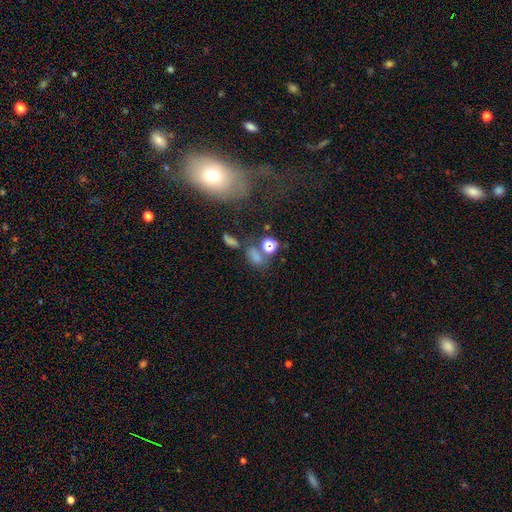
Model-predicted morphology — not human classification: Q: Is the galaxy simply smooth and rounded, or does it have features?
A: smooth — 62%.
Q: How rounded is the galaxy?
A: in between — 66%.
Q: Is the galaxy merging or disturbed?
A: none — 48%.